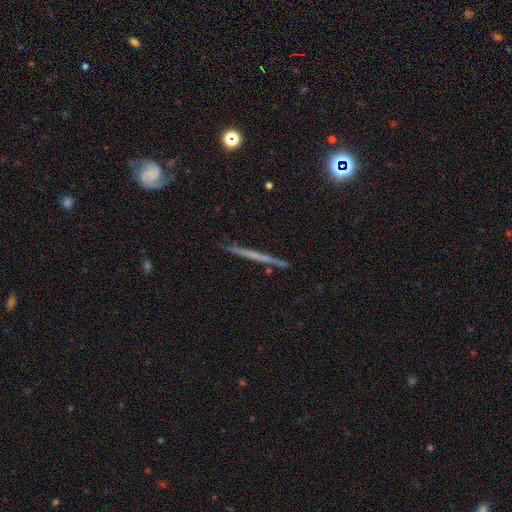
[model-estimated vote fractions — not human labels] Overall: featured or disk (61%; smooth 31%). Edge-on disk: yes (96%). Edge-on bulge: none (88%). Merging: none (88%).